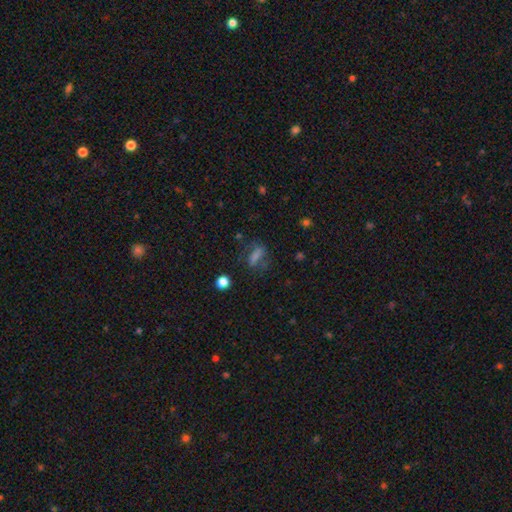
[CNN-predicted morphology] Overall: smooth (51%; featured or disk 25%). How rounded: in between (47%; cigar-shaped 39%). Merging: none (66%).